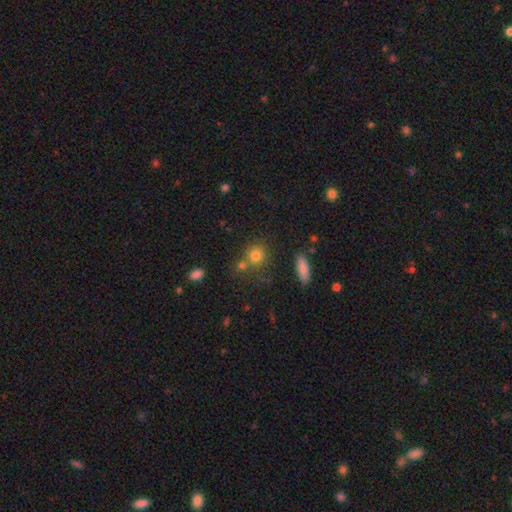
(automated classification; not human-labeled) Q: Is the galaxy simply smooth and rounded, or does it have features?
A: smooth — 78%.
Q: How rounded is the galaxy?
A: round — 80%.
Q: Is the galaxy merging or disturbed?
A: none — 63%.